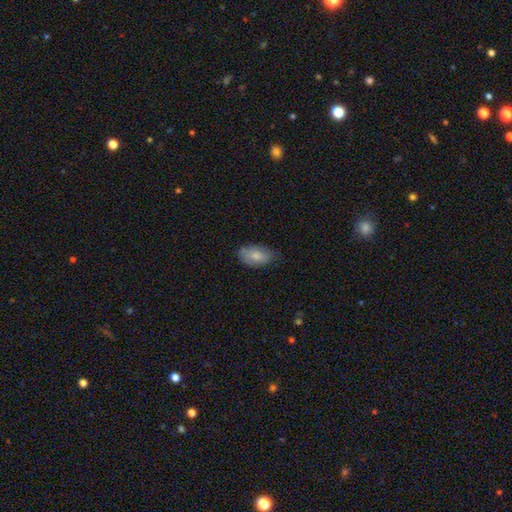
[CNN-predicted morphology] Smooth or featured: smooth — 79% (featured or disk — 14%)
How rounded: in between — 93% (round — 5%)
Merging: none — 67% (minor disturbance — 27%)